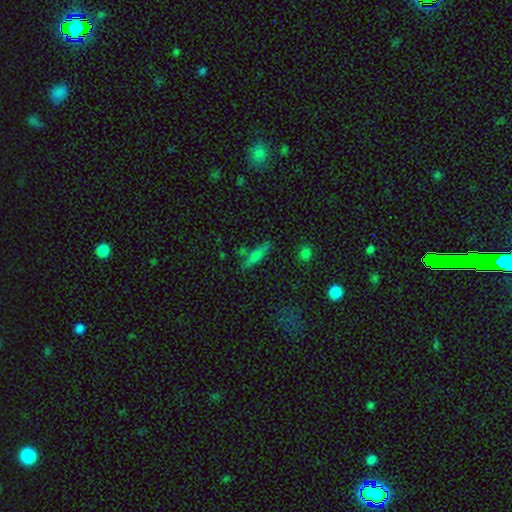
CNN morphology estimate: smooth_or_featured: smooth (p=0.68) [alt: featured or disk p=0.20]
how_rounded: cigar-shaped (p=0.72) [alt: in between p=0.25]
merging: none (p=0.77) [alt: minor disturbance p=0.13]